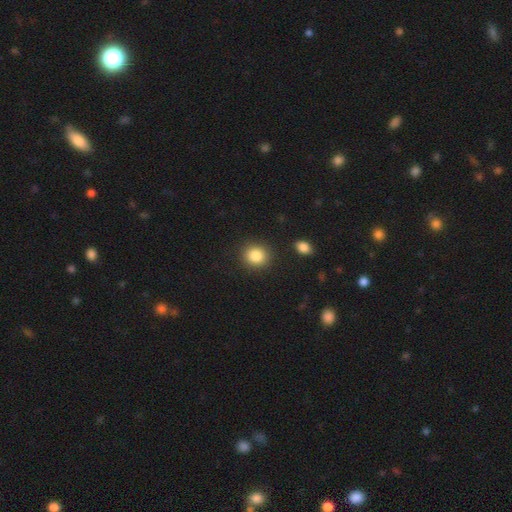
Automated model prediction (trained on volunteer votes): Smooth or featured? smooth (86%)
How rounded? round (81%)
Merging? none (89%)